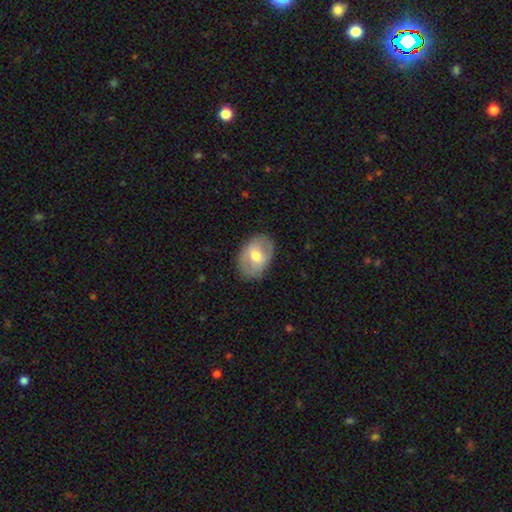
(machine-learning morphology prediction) Smooth or featured? Predicted: smooth (p=0.48). Merging? Predicted: none (p=0.81).